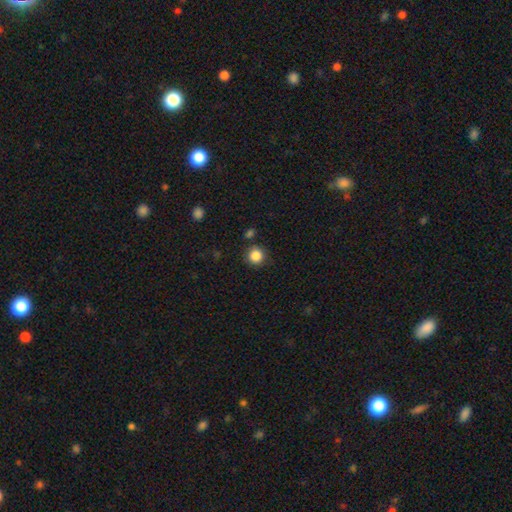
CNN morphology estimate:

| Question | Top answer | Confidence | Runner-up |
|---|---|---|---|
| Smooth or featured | smooth | 86% | star or artifact (11%) |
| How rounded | round | 92% | in between (7%) |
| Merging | none | 85% | minor disturbance (8%) |